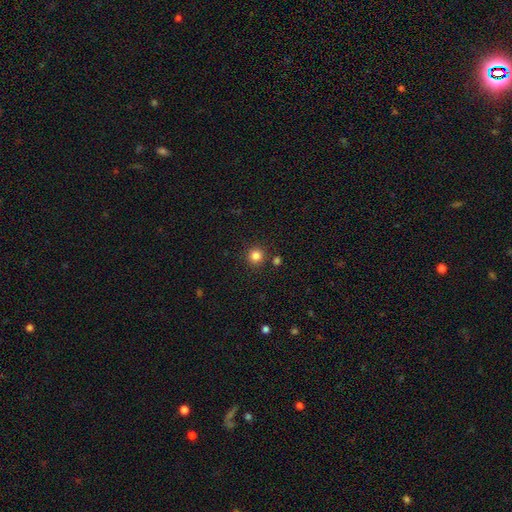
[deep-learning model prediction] Smooth or featured? smooth (83%)
How rounded? round (95%)
Merging? none (88%)